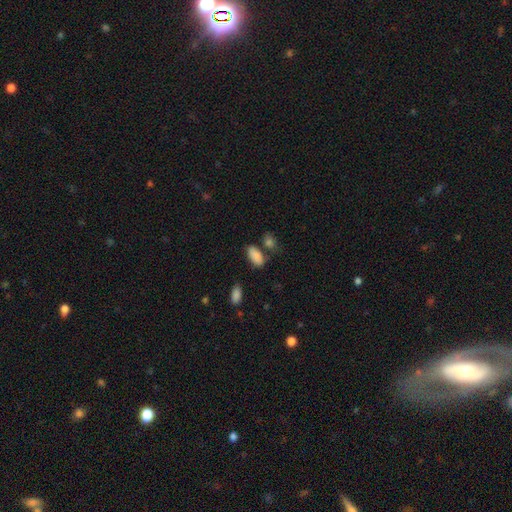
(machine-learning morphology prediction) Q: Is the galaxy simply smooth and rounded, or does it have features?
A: smooth — 87%.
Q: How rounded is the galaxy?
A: in between — 91%.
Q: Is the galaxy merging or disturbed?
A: none — 66%.